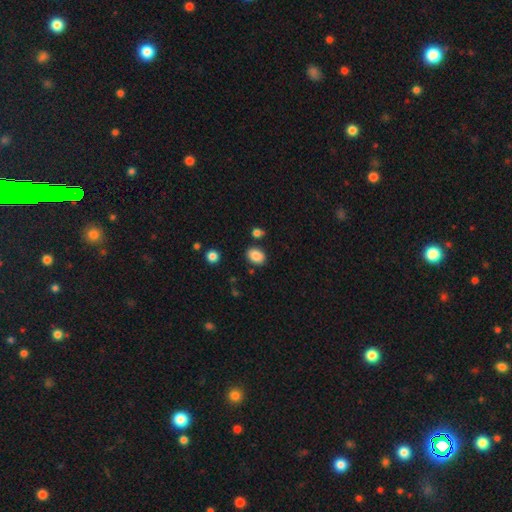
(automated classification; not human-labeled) Smooth or featured? smooth (86%)
How rounded? in between (69%)
Merging? none (82%)